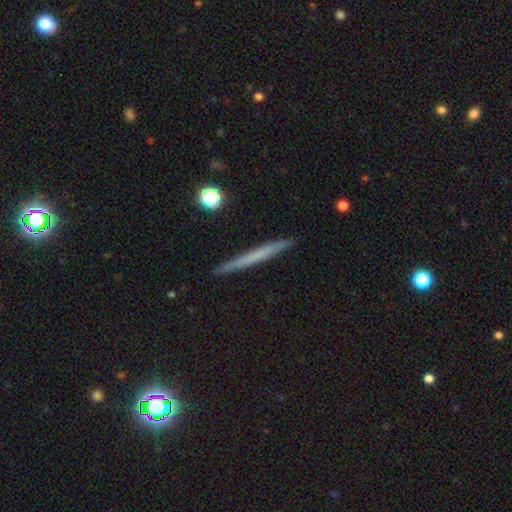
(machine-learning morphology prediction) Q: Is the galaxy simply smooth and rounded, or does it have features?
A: smooth — 53%.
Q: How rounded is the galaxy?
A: cigar-shaped — 97%.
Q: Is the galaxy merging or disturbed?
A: none — 91%.